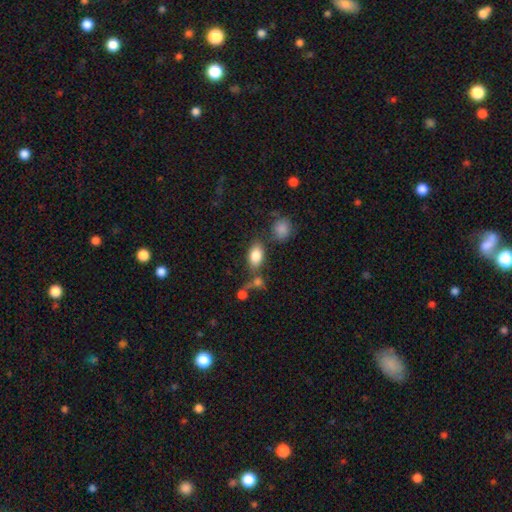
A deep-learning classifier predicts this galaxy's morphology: This appears to be a smooth galaxy with no disk features (83%) that is in between round and cigar-shaped (88%). Merging: none (63%).